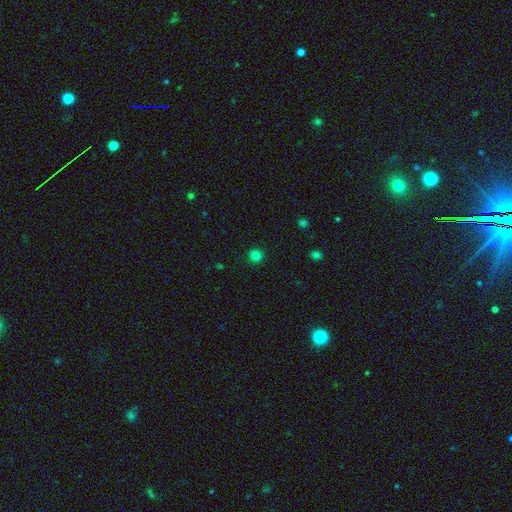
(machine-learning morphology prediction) smooth-or-featured: smooth: 82% | star or artifact: 14% | featured or disk: 4%
  how-rounded: round: 93% | in between: 6% | cigar-shaped: 1%
  merging: none: 91% | minor disturbance: 6% | major disturbance: 2% | merger: 1%